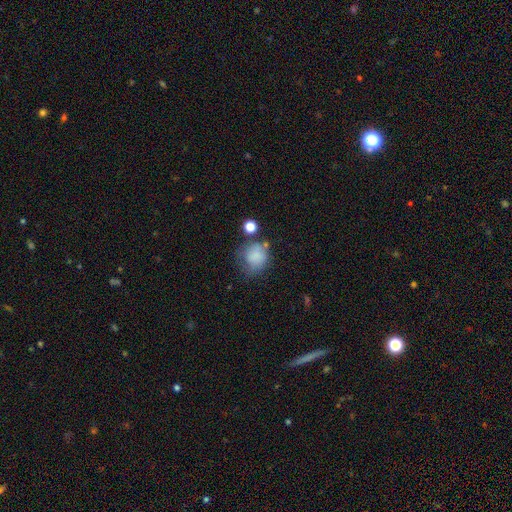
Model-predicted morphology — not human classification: Overall: smooth (77%). How rounded: round (73%). Merging: none (48%; minor disturbance 27%).